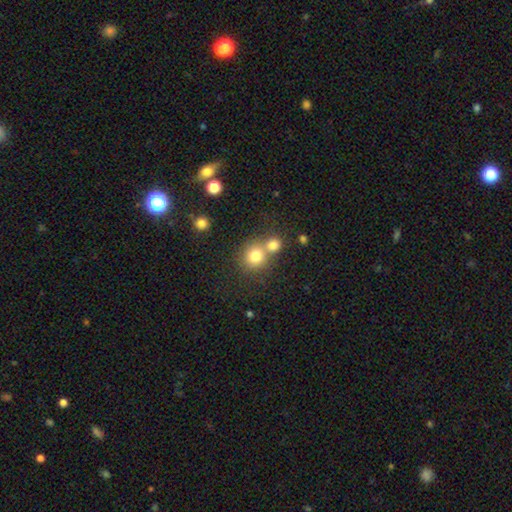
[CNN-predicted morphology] This appears to be a smooth galaxy with no disk features (77%) that is round (86%). Merging: none (46%).